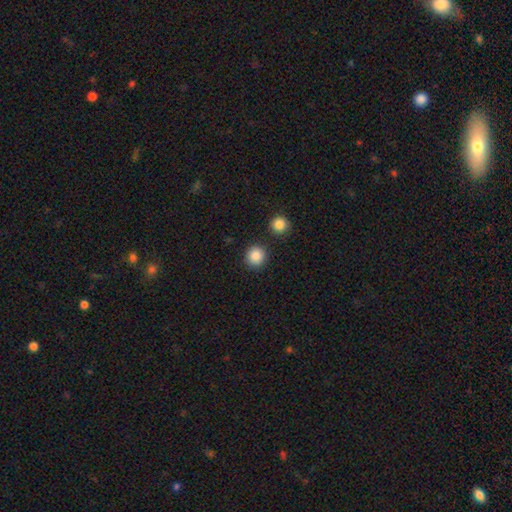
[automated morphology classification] A smooth galaxy with no disk features (88%) that is round (91%). Merging: none (86%).